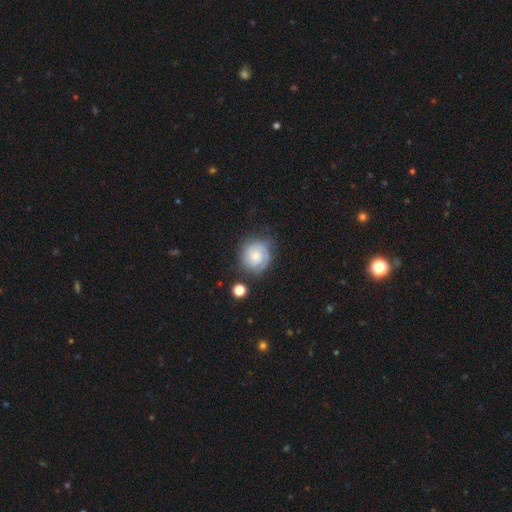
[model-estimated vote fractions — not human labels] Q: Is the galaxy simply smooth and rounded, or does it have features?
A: featured or disk — 49%.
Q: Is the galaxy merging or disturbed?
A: none — 66%.